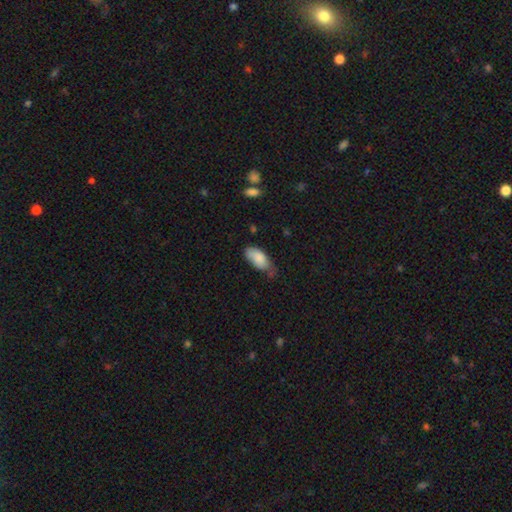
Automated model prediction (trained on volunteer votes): Smooth or featured?
  - smooth: 84% *
  - featured or disk: 9%
  - star or artifact: 6%
How rounded?
  - in between: 91% *
  - cigar-shaped: 7%
  - round: 2%
Merging?
  - minor disturbance: 44% *
  - none: 41%
  - major disturbance: 12%
  - merger: 4%